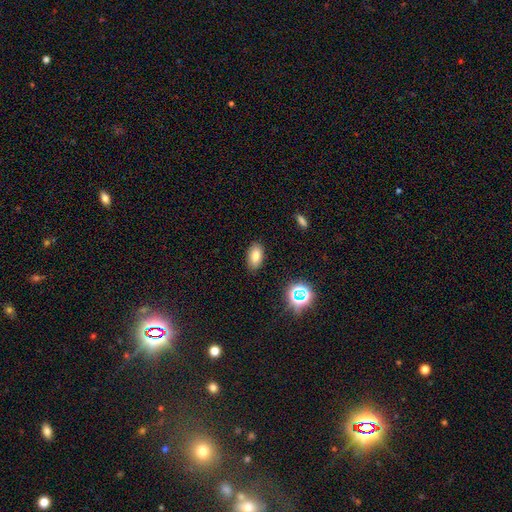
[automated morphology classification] smooth 77%, star or artifact 13%, featured or disk 10%. Down the decision tree: how rounded — in between (91%); merging — none (87%).